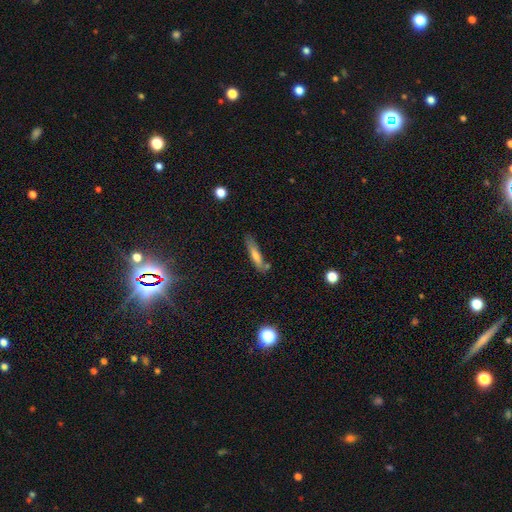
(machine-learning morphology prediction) This is possibly a smooth galaxy (57%). How rounded: clearly cigar-shaped (85%). Merging: likely none (74%).